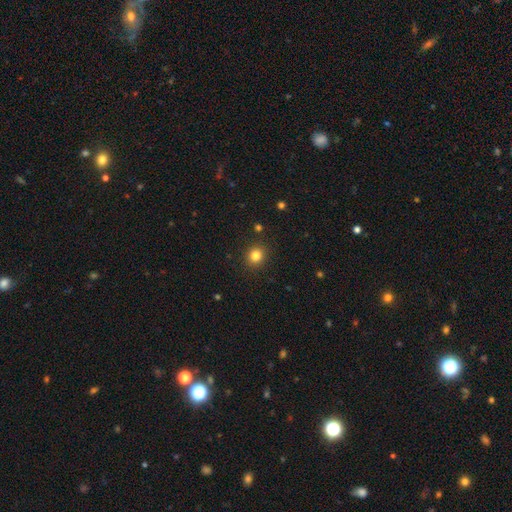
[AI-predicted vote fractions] A smooth galaxy with no disk features (82%) that is round (82%).

Vote fractions:
- Smooth or featured? smooth: 82% / star or artifact: 13% / featured or disk: 6%
- How rounded? round: 82% / in between: 17% / cigar-shaped: 1%
- Merging? none: 90% / minor disturbance: 6% / major disturbance: 2% / merger: 1%